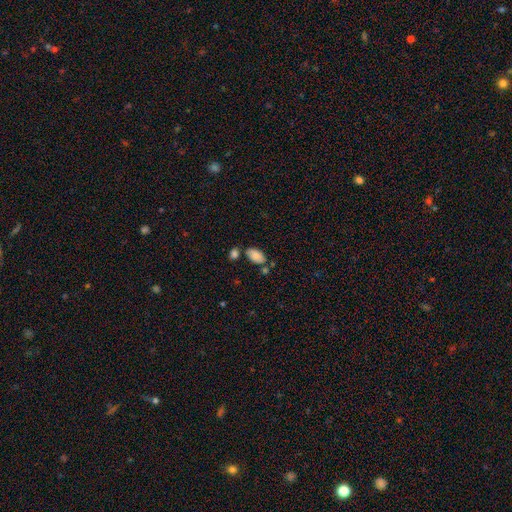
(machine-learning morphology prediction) smooth 85%, star or artifact 8%, featured or disk 7%. Down the decision tree: how rounded — in between (94%); merging — none (62%).